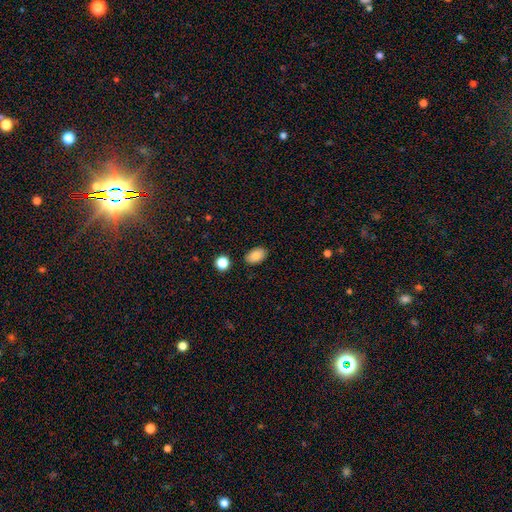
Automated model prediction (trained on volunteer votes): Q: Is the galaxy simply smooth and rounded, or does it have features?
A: smooth — 86%.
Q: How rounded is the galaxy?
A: in between — 91%.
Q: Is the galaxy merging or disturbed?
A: none — 86%.